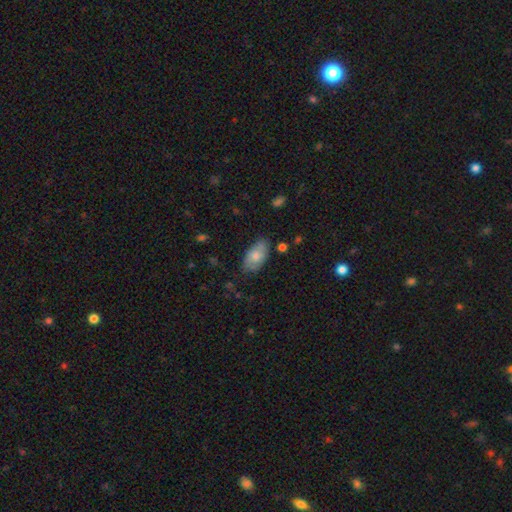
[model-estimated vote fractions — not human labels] Morphology: type=smooth (72%); roundness=in between (93%); merging=none (73%).